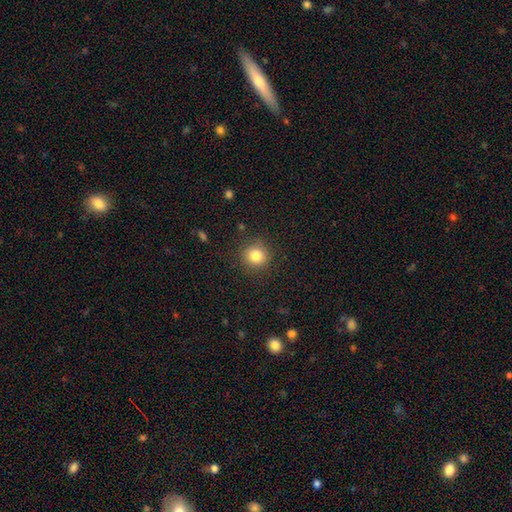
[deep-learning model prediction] Morphology: type=smooth (82%); roundness=round (92%); merging=none (88%).